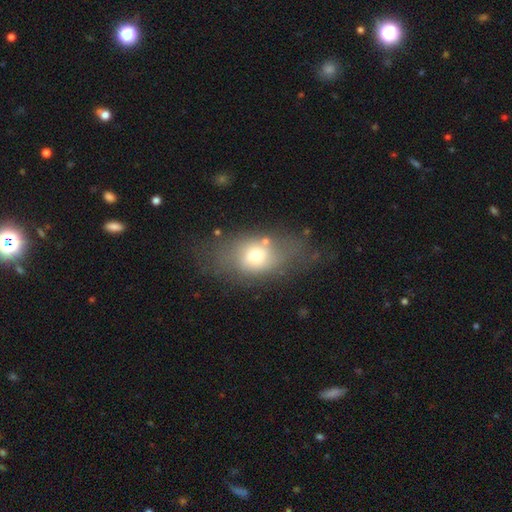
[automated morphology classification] Overall: smooth (63%; featured or disk 24%). How rounded: in between (72%). Merging: none (55%; minor disturbance 22%).